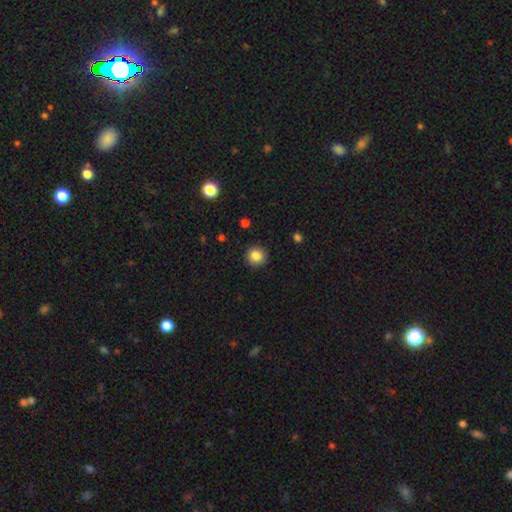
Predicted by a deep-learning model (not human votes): Q: Smooth or featured?
A: smooth (85%); runner-up: star or artifact (10%)
Q: How rounded?
A: round (93%); runner-up: in between (6%)
Q: Merging?
A: none (92%); runner-up: minor disturbance (5%)